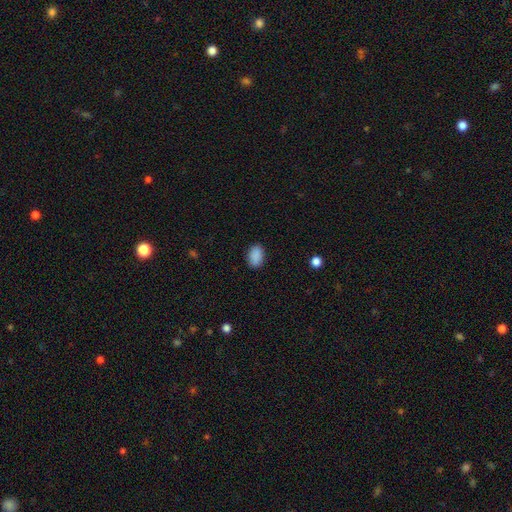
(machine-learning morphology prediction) smooth_or_featured: smooth (p=0.90) [alt: star or artifact p=0.08]
how_rounded: in between (p=0.89) [alt: round p=0.09]
merging: none (p=0.88) [alt: minor disturbance p=0.09]